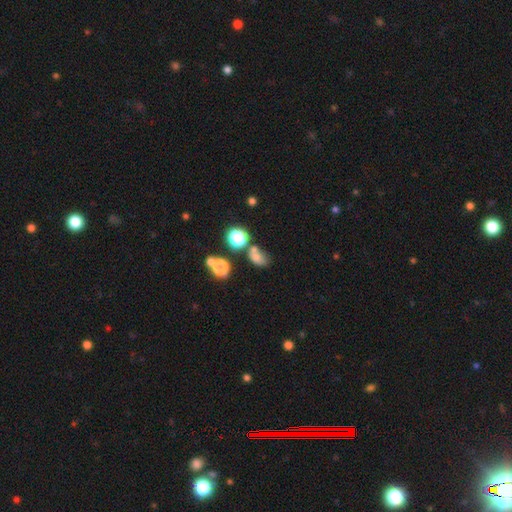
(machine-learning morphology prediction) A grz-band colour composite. It shows a smooth galaxy with no disk features (66%) that is in between round and cigar-shaped (66%). Merging: none (46%).